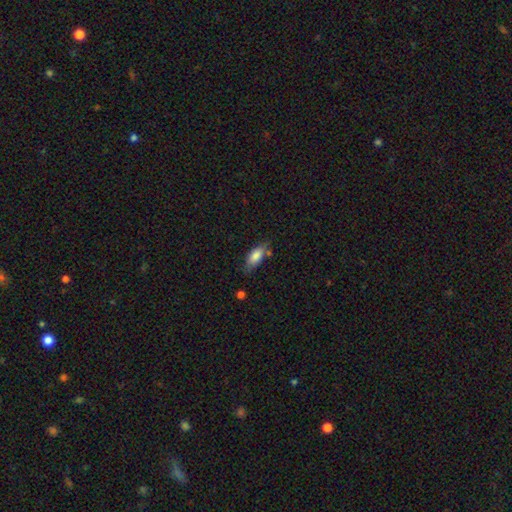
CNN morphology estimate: smooth_or_featured: smooth (p=0.81) [alt: featured or disk p=0.13]
how_rounded: in between (p=0.81) [alt: cigar-shaped p=0.17]
merging: none (p=0.66) [alt: minor disturbance p=0.23]